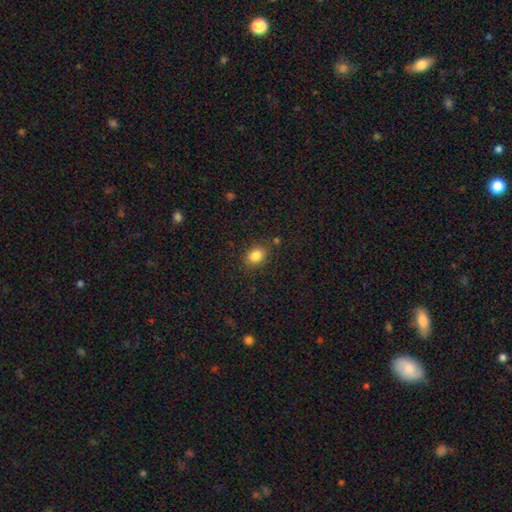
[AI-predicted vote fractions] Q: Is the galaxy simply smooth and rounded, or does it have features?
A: smooth — 84%.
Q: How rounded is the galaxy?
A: in between — 65%.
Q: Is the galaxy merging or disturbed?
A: none — 83%.